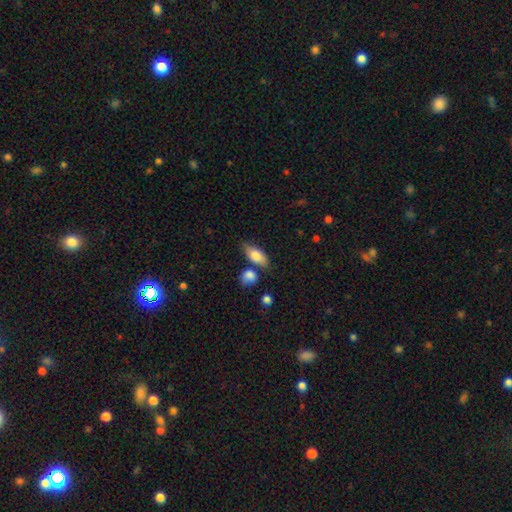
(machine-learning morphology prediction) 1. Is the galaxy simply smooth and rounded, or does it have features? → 75% smooth, 18% featured or disk, 7% star or artifact.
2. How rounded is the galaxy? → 82% in between, 13% cigar-shaped, 5% round.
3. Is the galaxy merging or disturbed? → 68% none, 15% minor disturbance, 12% merger, 4% major disturbance.